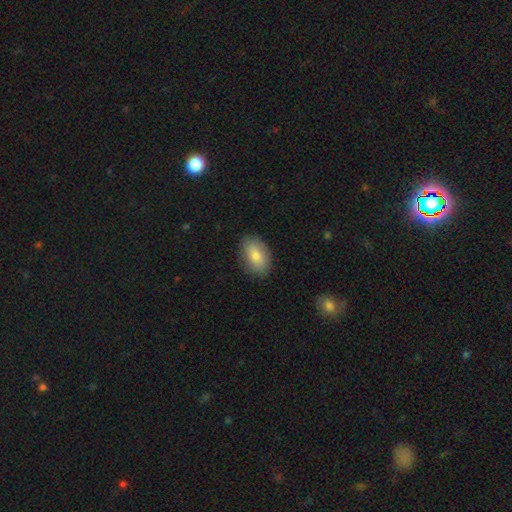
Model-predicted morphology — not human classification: Smooth or featured? smooth (81%)
How rounded? in between (89%)
Merging? none (84%)